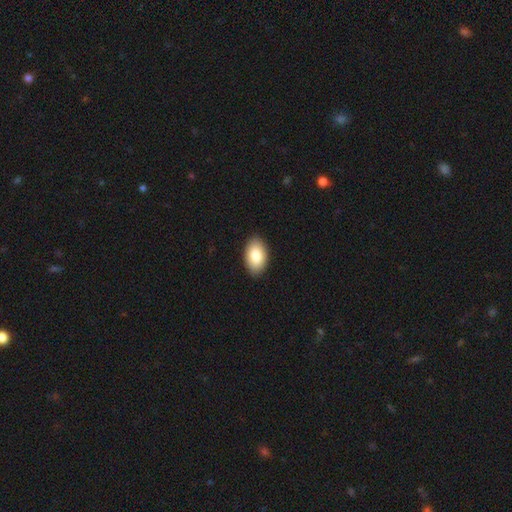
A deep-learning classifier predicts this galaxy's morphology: The model was most divided on "smooth or featured": smooth: 85%, featured or disk: 9%, star or artifact: 6%. More confident: how rounded — in between (95%); merging — none (89%).